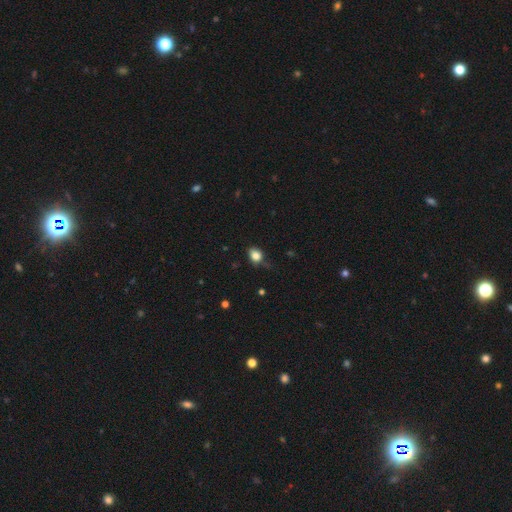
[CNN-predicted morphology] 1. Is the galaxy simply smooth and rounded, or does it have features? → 83% smooth, 10% star or artifact, 7% featured or disk.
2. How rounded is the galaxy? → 53% in between, 46% round, 1% cigar-shaped.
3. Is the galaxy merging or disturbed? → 64% none, 27% minor disturbance, 7% major disturbance, 2% merger.